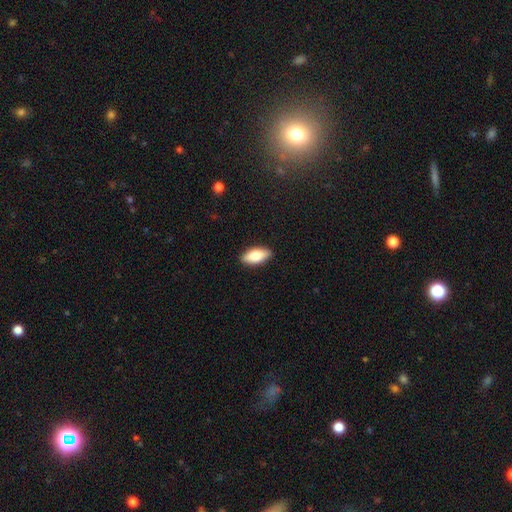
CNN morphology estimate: smooth_or_featured: smooth (p=0.75) [alt: featured or disk p=0.19]
how_rounded: in between (p=0.84) [alt: cigar-shaped p=0.13]
merging: none (p=0.89) [alt: minor disturbance p=0.08]